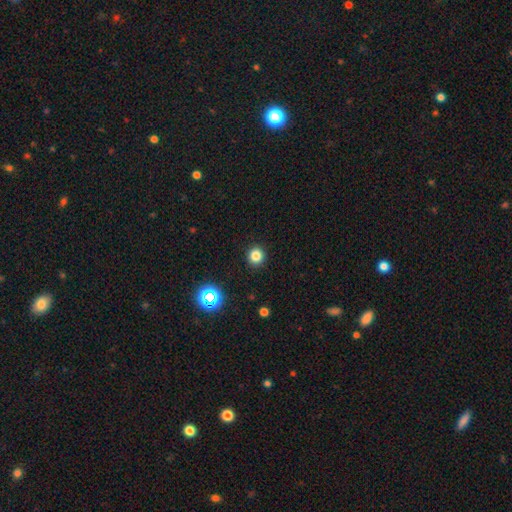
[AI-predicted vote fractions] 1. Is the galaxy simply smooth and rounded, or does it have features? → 79% smooth, 16% star or artifact, 5% featured or disk.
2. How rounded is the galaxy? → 93% round, 6% in between, 1% cigar-shaped.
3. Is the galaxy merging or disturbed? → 92% none, 5% minor disturbance, 2% major disturbance, 1% merger.